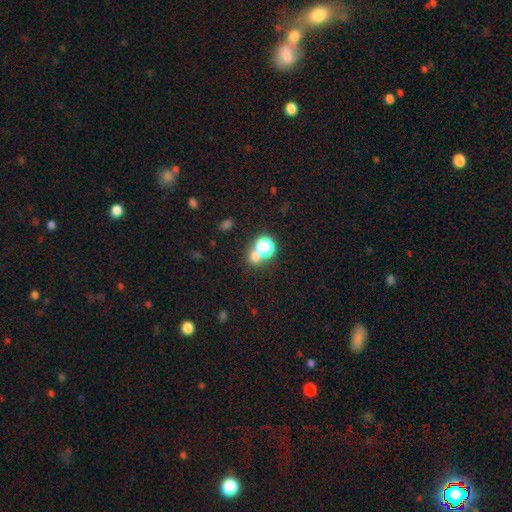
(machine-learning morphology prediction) Smooth or featured?
  - smooth: 61% *
  - star or artifact: 30%
  - featured or disk: 8%
How rounded?
  - round: 81% *
  - in between: 18%
  - cigar-shaped: 1%
Merging?
  - none: 55% *
  - merger: 33%
  - minor disturbance: 7%
  - major disturbance: 4%